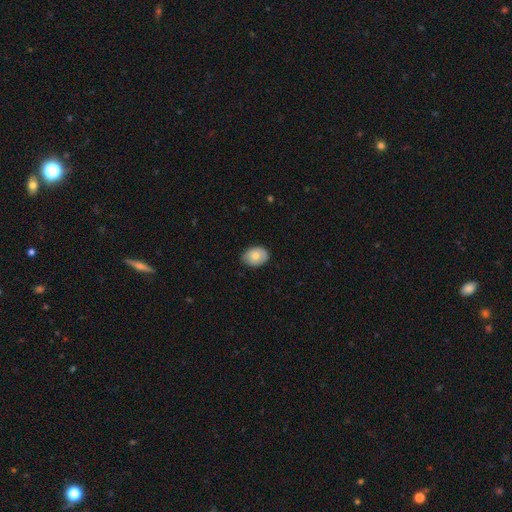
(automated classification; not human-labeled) A smooth galaxy with no disk features (74%) that is in between round and cigar-shaped (69%).

Vote fractions:
- Smooth or featured? smooth: 74% / featured or disk: 19% / star or artifact: 7%
- How rounded? in between: 69% / round: 31% / cigar-shaped: 1%
- Merging? none: 76% / minor disturbance: 20% / major disturbance: 3% / merger: 1%